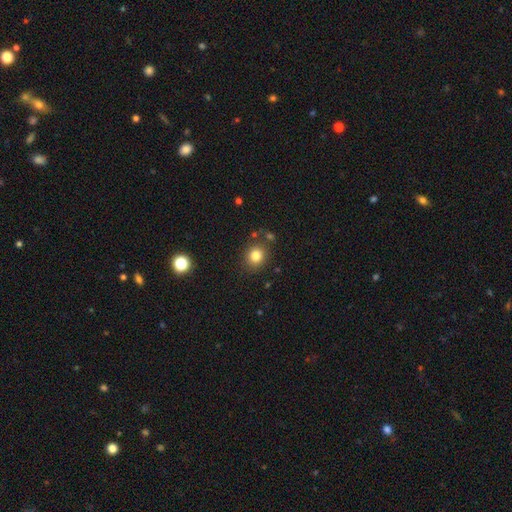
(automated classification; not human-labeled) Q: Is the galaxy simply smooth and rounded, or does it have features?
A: smooth — 82%.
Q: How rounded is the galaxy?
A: round — 78%.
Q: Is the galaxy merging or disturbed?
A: none — 82%.